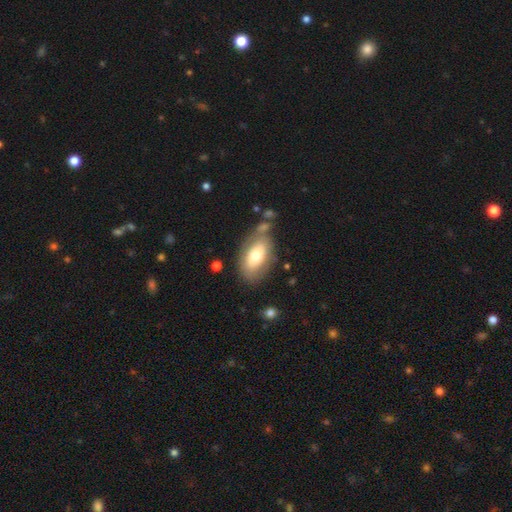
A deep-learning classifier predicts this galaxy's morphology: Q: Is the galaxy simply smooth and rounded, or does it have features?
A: smooth — 64%.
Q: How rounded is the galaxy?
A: in between — 91%.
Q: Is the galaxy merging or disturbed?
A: none — 65%.